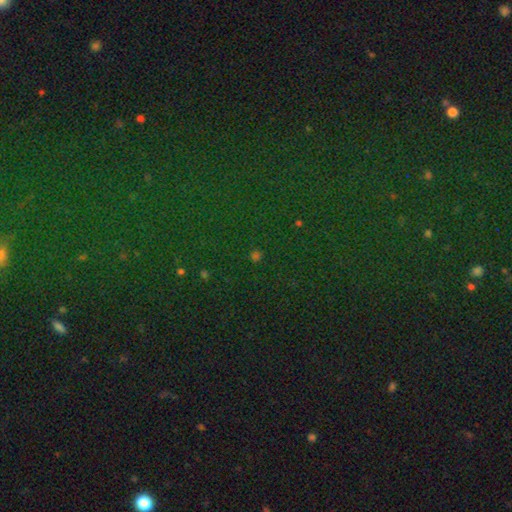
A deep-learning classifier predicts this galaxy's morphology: smooth-or-featured: star or artifact: 62% | smooth: 30% | featured or disk: 8%